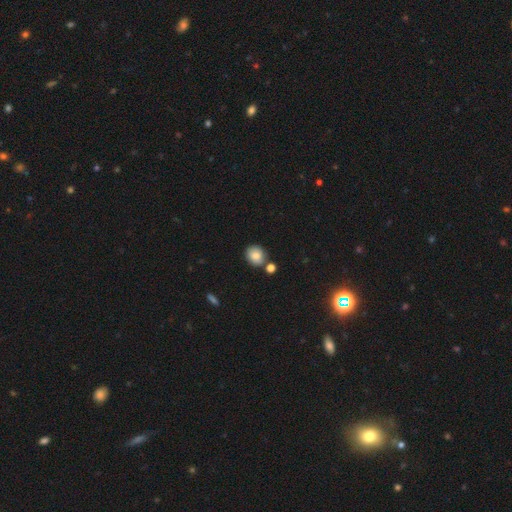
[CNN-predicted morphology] A smooth galaxy with no disk features (82%) that is round (72%).

Vote fractions:
- Smooth or featured? smooth: 82% / star or artifact: 9% / featured or disk: 9%
- How rounded? round: 72% / in between: 27% / cigar-shaped: 1%
- Merging? none: 71% / merger: 14% / minor disturbance: 12% / major disturbance: 3%